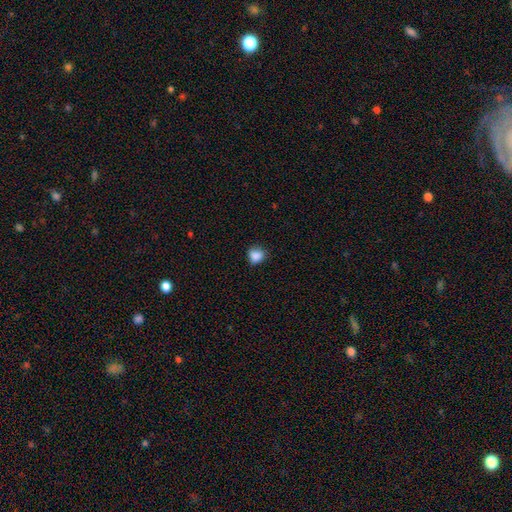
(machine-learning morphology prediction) The model was most divided on "how rounded": round: 67%, in between: 32%, cigar-shaped: 1%. More confident: smooth or featured — smooth (86%); merging — none (68%).